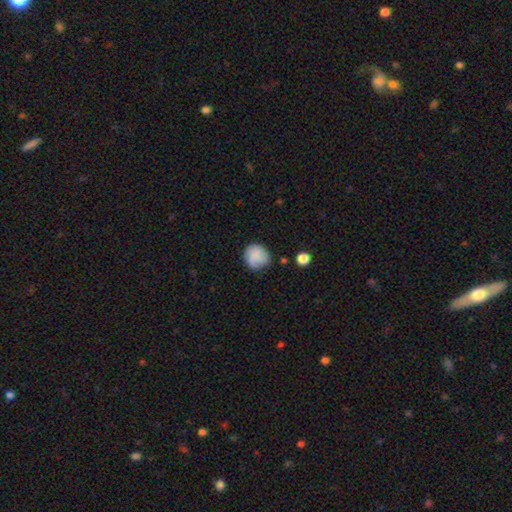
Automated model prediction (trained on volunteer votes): smooth_or_featured: smooth (p=0.72) [alt: featured or disk p=0.20]
how_rounded: round (p=0.84) [alt: in between p=0.15]
merging: none (p=0.63) [alt: minor disturbance p=0.25]